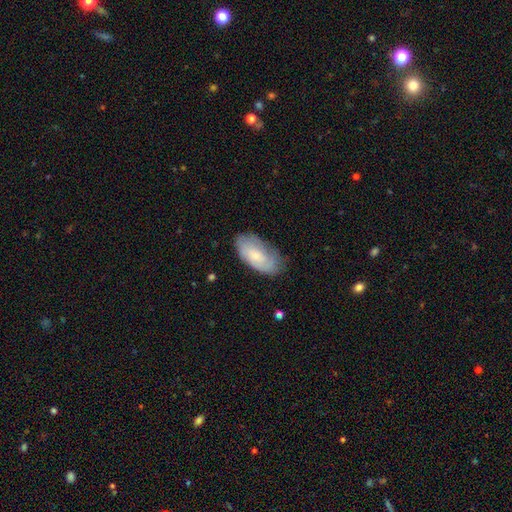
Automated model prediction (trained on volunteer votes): A smooth galaxy with no disk features (53%) that is in between round and cigar-shaped (92%).

Vote fractions:
- Smooth or featured? smooth: 53% / featured or disk: 40% / star or artifact: 7%
- How rounded? in between: 92% / cigar-shaped: 5% / round: 3%
- Merging? none: 66% / minor disturbance: 25% / major disturbance: 7% / merger: 1%